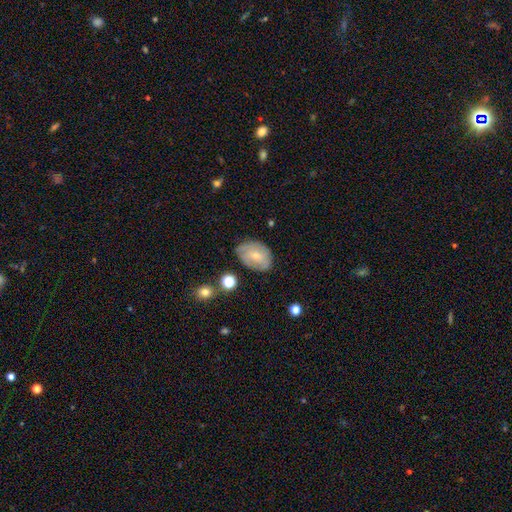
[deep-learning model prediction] Morphology: type=smooth (50%); roundness=in between (80%); merging=none (64%).